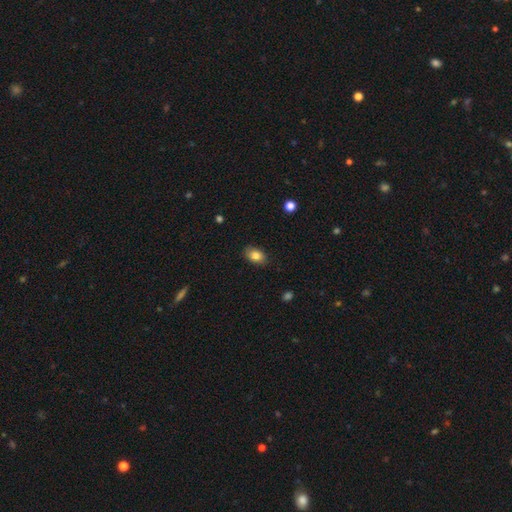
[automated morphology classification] Smooth or featured? smooth (83%)
How rounded? in between (85%)
Merging? none (85%)